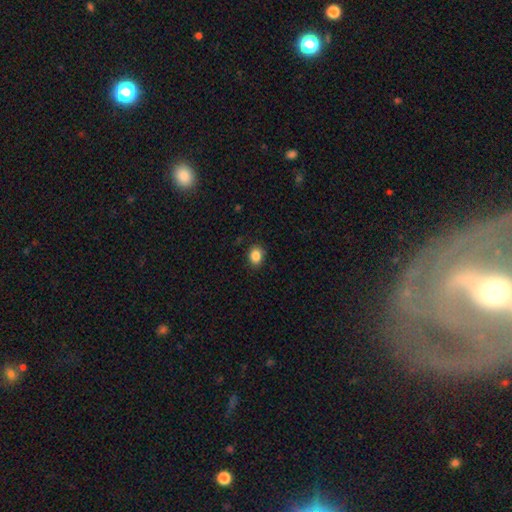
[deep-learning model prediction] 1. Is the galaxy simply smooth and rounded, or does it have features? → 86% smooth, 9% star or artifact, 4% featured or disk.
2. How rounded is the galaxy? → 57% in between, 42% round, 1% cigar-shaped.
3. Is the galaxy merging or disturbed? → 87% none, 9% minor disturbance, 2% major disturbance, 1% merger.